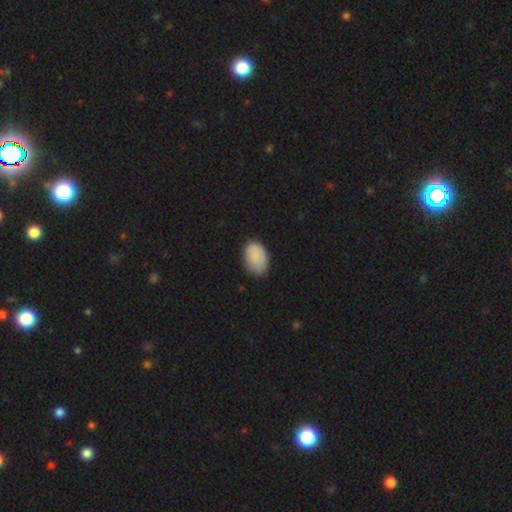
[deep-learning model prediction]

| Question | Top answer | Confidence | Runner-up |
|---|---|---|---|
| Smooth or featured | smooth | 85% | featured or disk (8%) |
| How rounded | in between | 88% | round (11%) |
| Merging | none | 76% | minor disturbance (19%) |